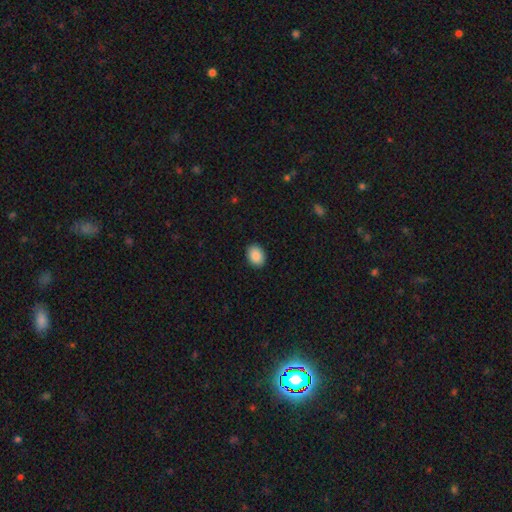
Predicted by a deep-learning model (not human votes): Smooth or featured: smooth — 90% (star or artifact — 7%)
How rounded: in between — 71% (round — 28%)
Merging: none — 91% (minor disturbance — 7%)